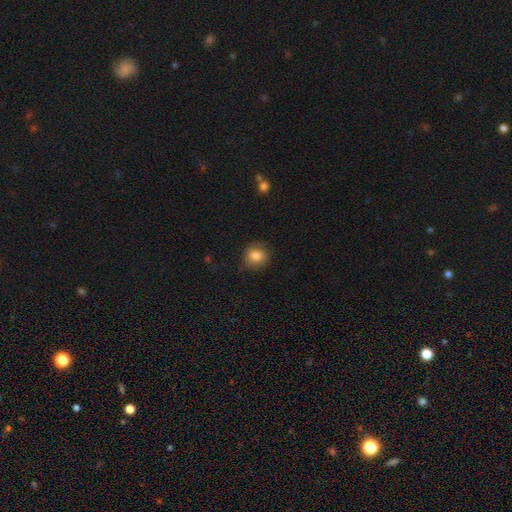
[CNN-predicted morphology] The model was most divided on "merging": none: 79%, minor disturbance: 16%, major disturbance: 4%, merger: 1%. More confident: smooth or featured — smooth (83%); how rounded — round (83%).